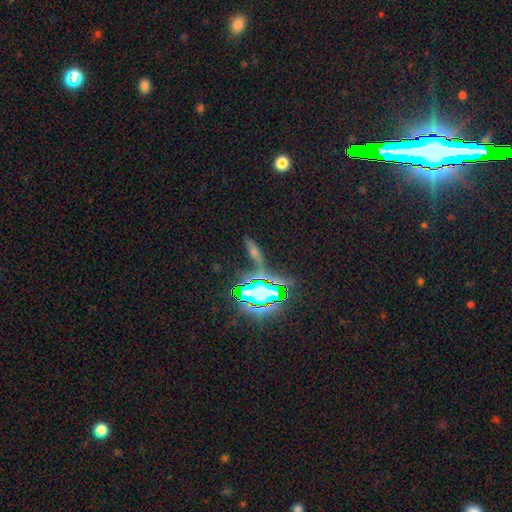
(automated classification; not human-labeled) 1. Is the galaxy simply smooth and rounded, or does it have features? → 46% star or artifact, 30% smooth, 24% featured or disk.